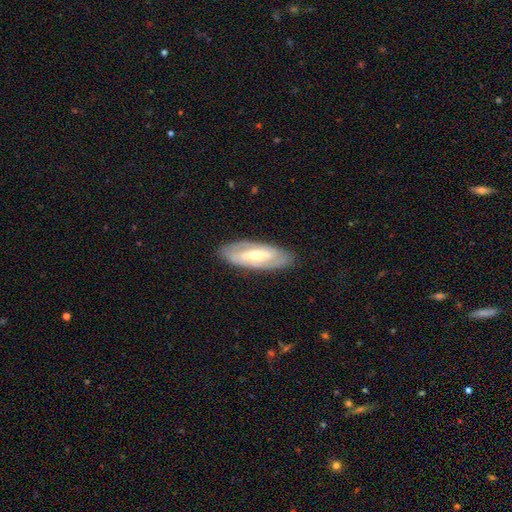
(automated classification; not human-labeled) This is likely a featured or disk galaxy (71%). It is clearly not viewed edge-on (84%). Bar: marginally strong (36%, tied with weak). Spiral arm pattern: likely yes (72%). Central bulge: possibly moderate (55%). Merging: clearly none (85%).